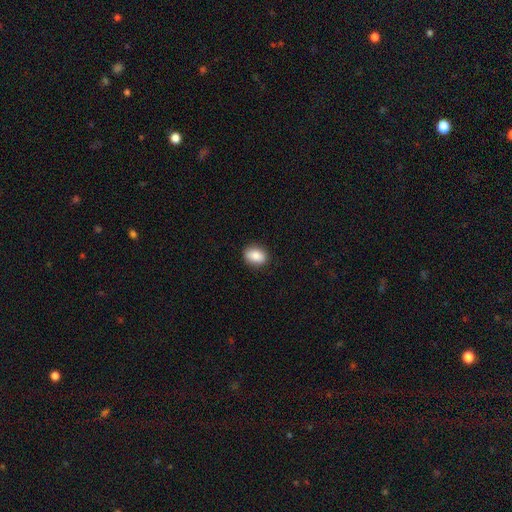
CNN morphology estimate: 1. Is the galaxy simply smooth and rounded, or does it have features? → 85% smooth, 8% star or artifact, 7% featured or disk.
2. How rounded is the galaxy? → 73% in between, 26% round, 1% cigar-shaped.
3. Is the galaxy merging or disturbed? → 87% none, 10% minor disturbance, 2% major disturbance, 1% merger.